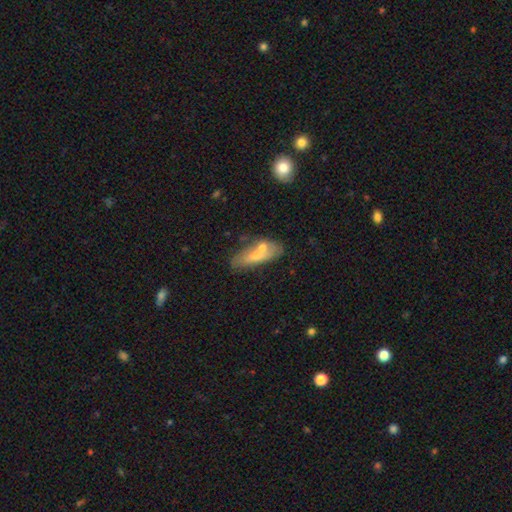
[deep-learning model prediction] Smooth or featured? smooth (59%)
How rounded? in between (68%)
Merging? none (40%)